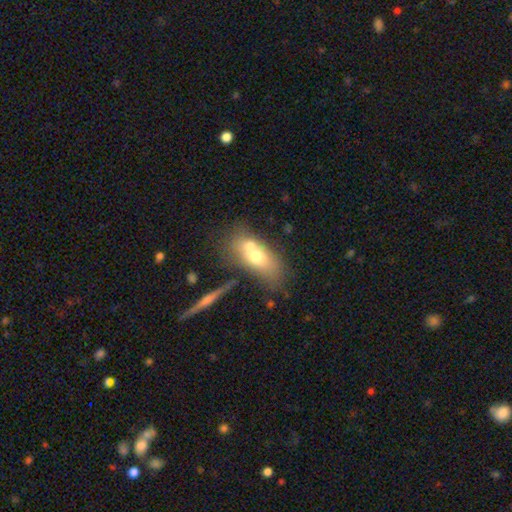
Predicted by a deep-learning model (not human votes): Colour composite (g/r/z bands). It shows a smooth galaxy with no disk features (59%) that is in between round and cigar-shaped (75%). Merging: merger (48%).